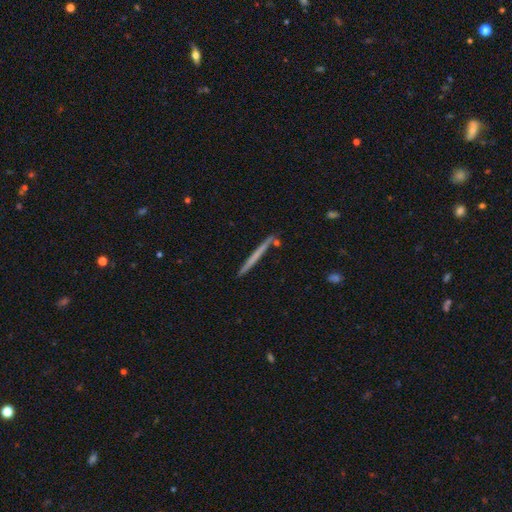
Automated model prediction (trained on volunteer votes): smooth-or-featured: smooth: 48% | featured or disk: 46% | star or artifact: 6%
  merging: none: 88% | minor disturbance: 7% | merger: 3% | major disturbance: 1%